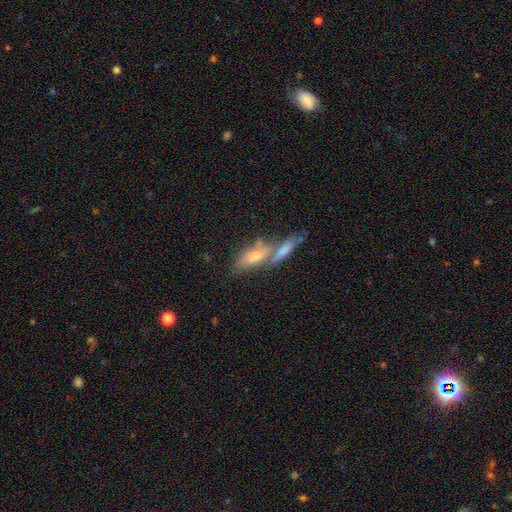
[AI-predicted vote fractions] This appears to be a smooth galaxy with no disk features (49%). Merging: merger (50%).